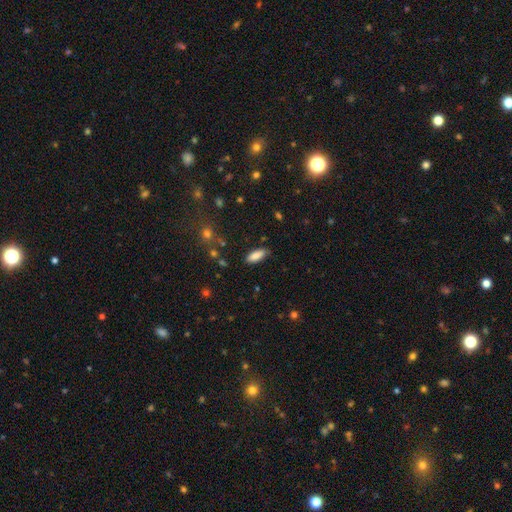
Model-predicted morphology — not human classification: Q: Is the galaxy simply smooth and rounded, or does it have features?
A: smooth — 85%.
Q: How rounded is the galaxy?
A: in between — 74%.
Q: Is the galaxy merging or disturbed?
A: none — 82%.